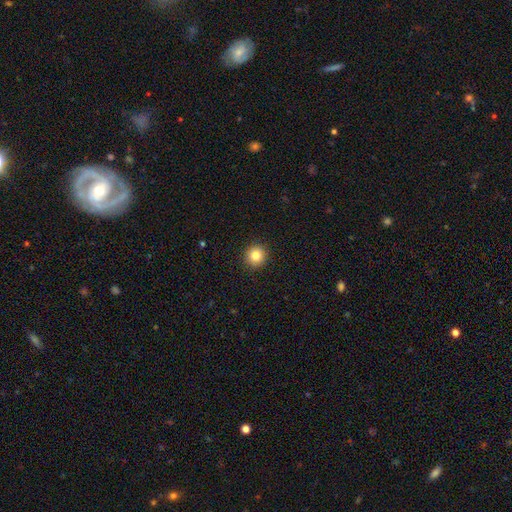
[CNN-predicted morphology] The model was most divided on "smooth or featured": smooth: 83%, star or artifact: 11%, featured or disk: 7%. More confident: how rounded — round (93%); merging — none (93%).